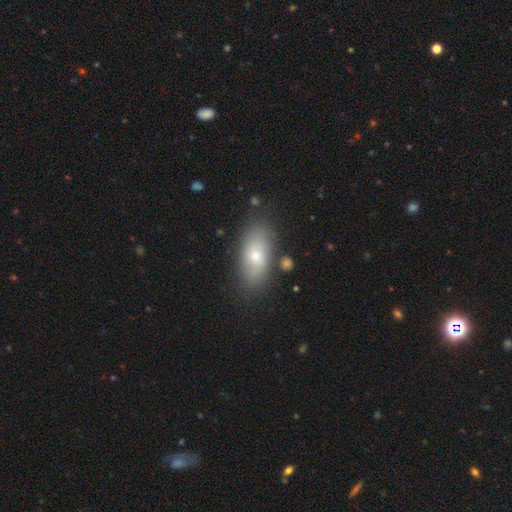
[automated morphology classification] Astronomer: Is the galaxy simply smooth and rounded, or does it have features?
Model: smooth — 70%.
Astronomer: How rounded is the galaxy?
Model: in between — 87%.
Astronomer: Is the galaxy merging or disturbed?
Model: none — 79%.